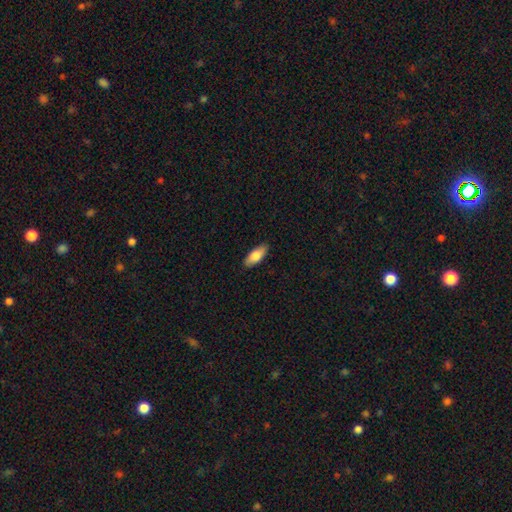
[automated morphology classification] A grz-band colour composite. It shows a smooth galaxy with no disk features (81%) that is in between round and cigar-shaped (80%). Merging: none (87%).